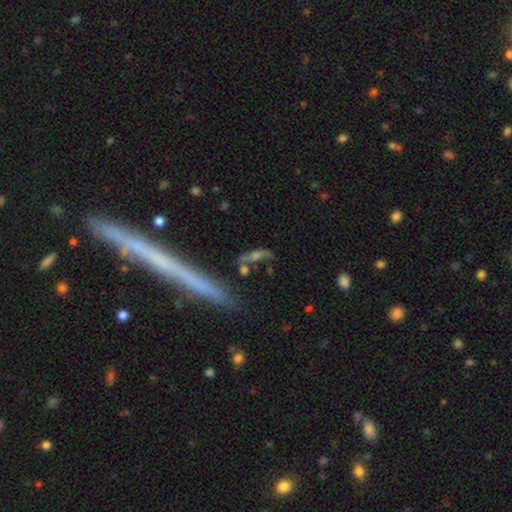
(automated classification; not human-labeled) smooth-or-featured: smooth: 44% | featured or disk: 41% | star or artifact: 15%
  merging: none: 55% | minor disturbance: 19% | merger: 14% | major disturbance: 12%